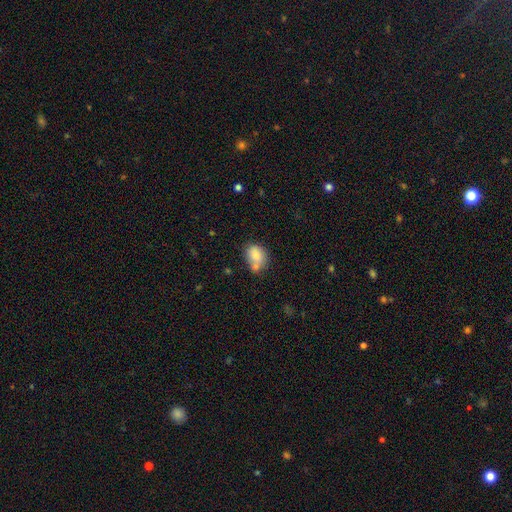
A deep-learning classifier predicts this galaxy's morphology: smooth 79%, featured or disk 12%, star or artifact 8%. Down the decision tree: how rounded — in between (62%); merging — none (44%).